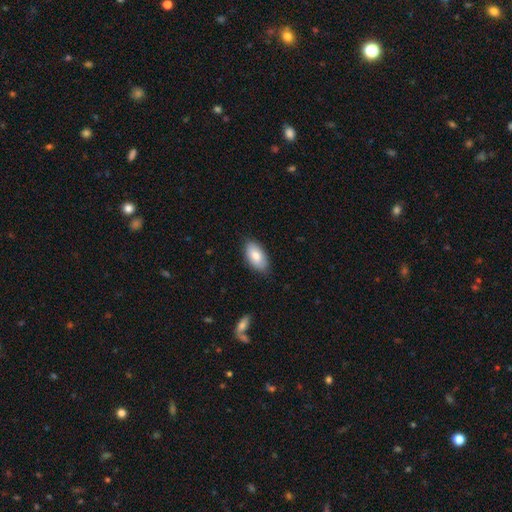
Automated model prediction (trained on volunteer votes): A smooth galaxy with no disk features (80%) that is in between round and cigar-shaped (94%).

Vote fractions:
- Smooth or featured? smooth: 80% / featured or disk: 14% / star or artifact: 6%
- How rounded? in between: 94% / round: 3% / cigar-shaped: 2%
- Merging? none: 83% / minor disturbance: 14% / major disturbance: 2% / merger: 1%